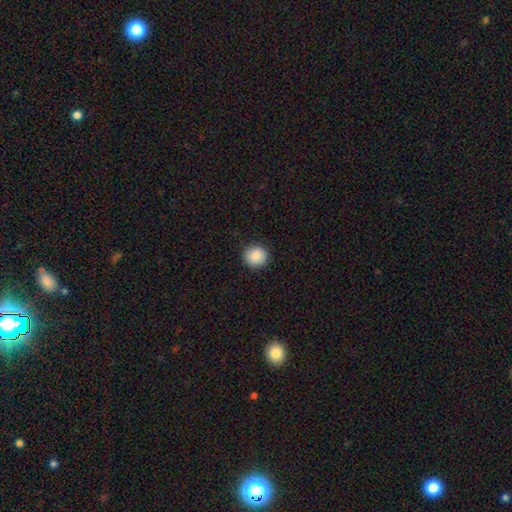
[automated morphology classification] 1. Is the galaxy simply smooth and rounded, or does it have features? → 85% smooth, 8% star or artifact, 6% featured or disk.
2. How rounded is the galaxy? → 94% round, 5% in between, 1% cigar-shaped.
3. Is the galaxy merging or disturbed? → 92% none, 6% minor disturbance, 2% major disturbance, 1% merger.